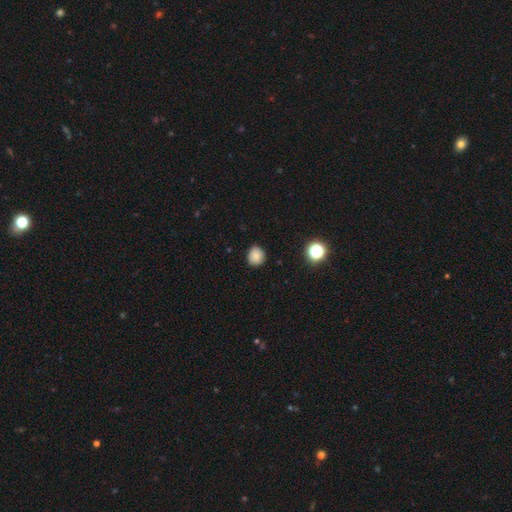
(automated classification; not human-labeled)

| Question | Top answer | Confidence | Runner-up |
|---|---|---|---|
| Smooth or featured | smooth | 83% | star or artifact (12%) |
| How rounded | round | 84% | in between (15%) |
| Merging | none | 84% | minor disturbance (12%) |